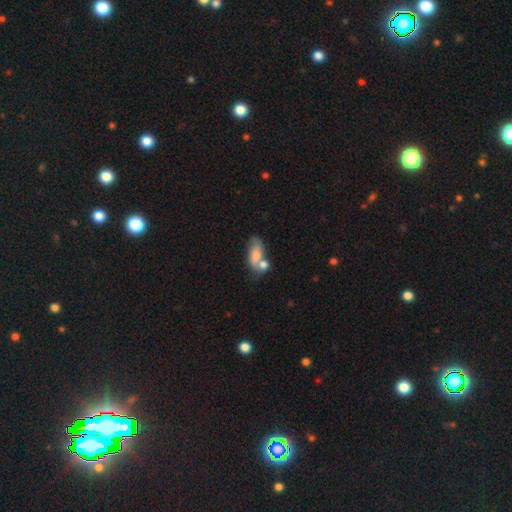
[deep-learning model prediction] A smooth galaxy with no disk features (69%) that is in between round and cigar-shaped (85%). Merging: merger (46%).